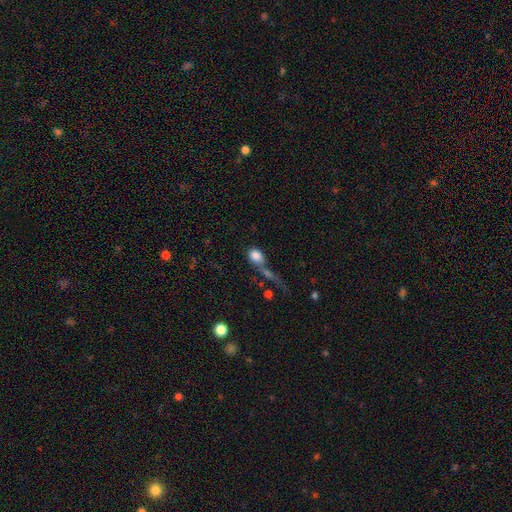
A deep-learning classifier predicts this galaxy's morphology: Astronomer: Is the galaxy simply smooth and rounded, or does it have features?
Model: smooth — 80%.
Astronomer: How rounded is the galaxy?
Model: in between — 62%.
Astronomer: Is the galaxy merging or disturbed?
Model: merger — 39% (runner-up: none, 30%).